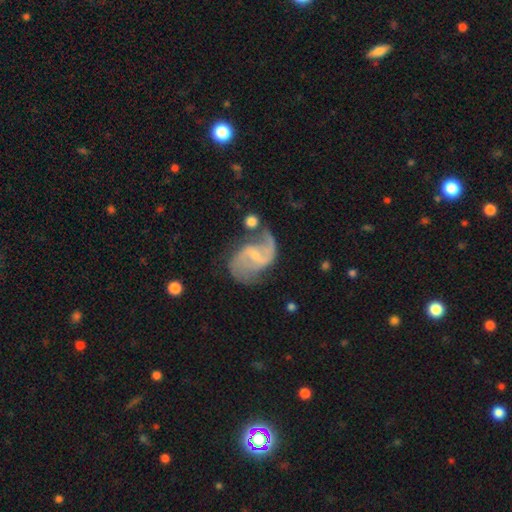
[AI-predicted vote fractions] A featured or disk galaxy (88%) with a weak bar (54%), 2 (87%) loose (47%) spiral arms (95%) and a small central bulge (68%). Merging: none (53%).